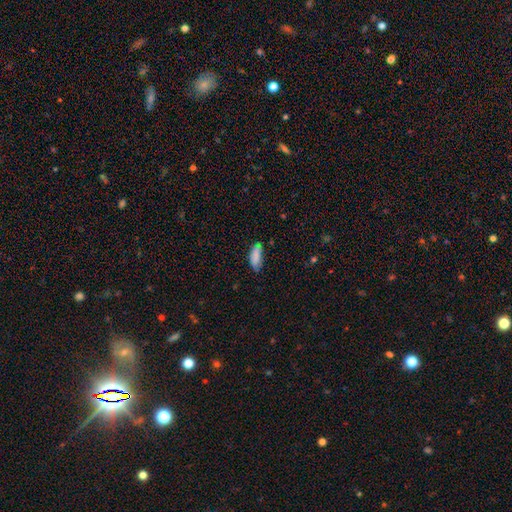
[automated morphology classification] This appears to be a smooth galaxy with no disk features (86%) that is in between round and cigar-shaped (69%). Merging: none (69%).